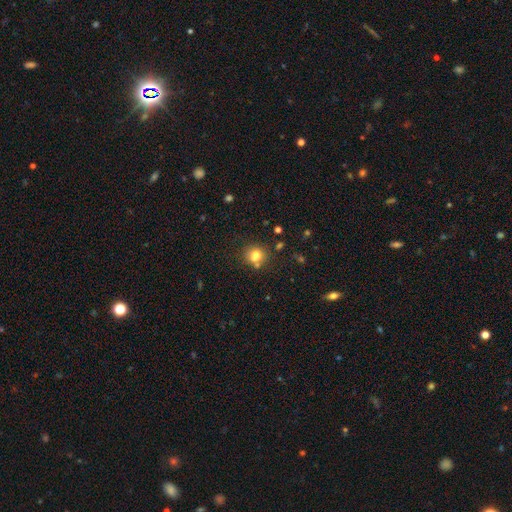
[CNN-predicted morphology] Smooth or featured?
  - smooth: 74% *
  - star or artifact: 14%
  - featured or disk: 13%
How rounded?
  - round: 76% *
  - in between: 23%
  - cigar-shaped: 1%
Merging?
  - none: 57% *
  - merger: 25%
  - minor disturbance: 13%
  - major disturbance: 5%